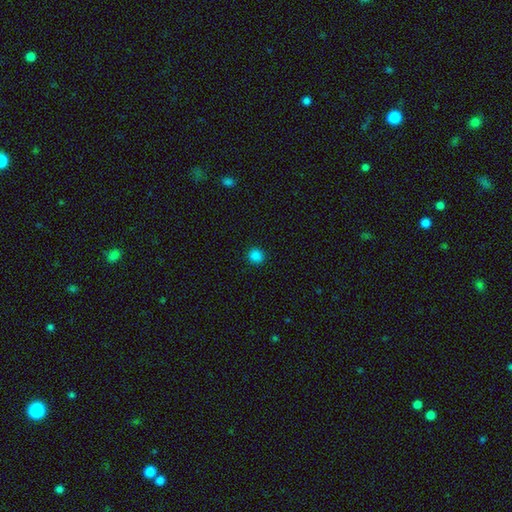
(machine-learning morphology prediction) Smooth or featured: smooth — 85% (star or artifact — 13%)
How rounded: round — 92% (in between — 7%)
Merging: none — 92% (minor disturbance — 5%)